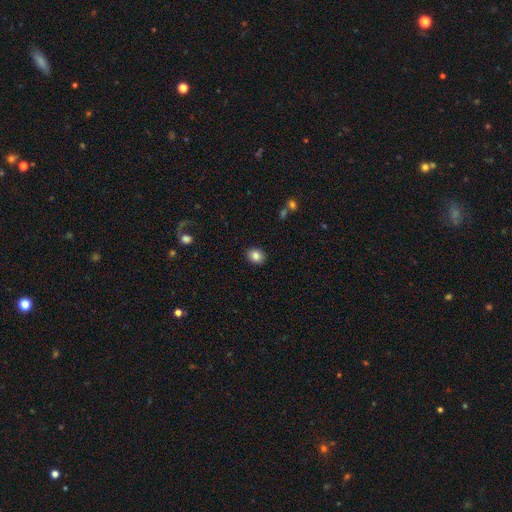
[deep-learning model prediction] Smooth or featured?
  - smooth: 84% *
  - star or artifact: 9%
  - featured or disk: 6%
How rounded?
  - round: 52% *
  - in between: 47%
  - cigar-shaped: 1%
Merging?
  - none: 90% *
  - minor disturbance: 7%
  - major disturbance: 2%
  - merger: 1%